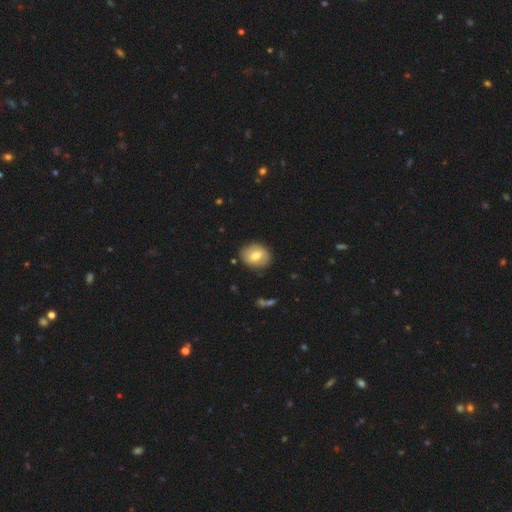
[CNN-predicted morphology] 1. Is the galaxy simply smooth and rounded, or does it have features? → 69% smooth, 24% featured or disk, 8% star or artifact.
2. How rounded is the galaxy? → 53% round, 46% in between, 1% cigar-shaped.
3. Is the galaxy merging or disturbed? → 85% none, 11% minor disturbance, 3% major disturbance, 1% merger.